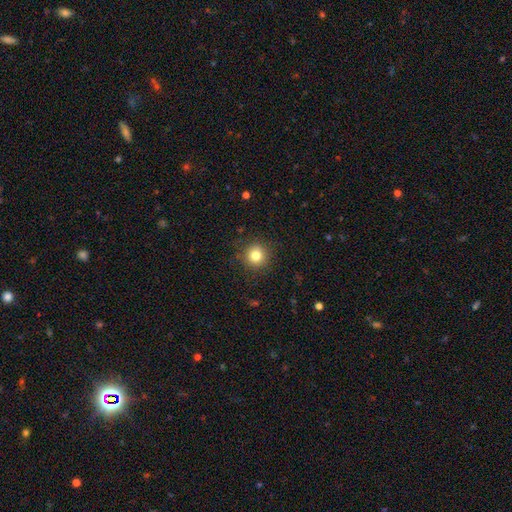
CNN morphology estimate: Smooth or featured? smooth (81%)
How rounded? round (94%)
Merging? none (89%)